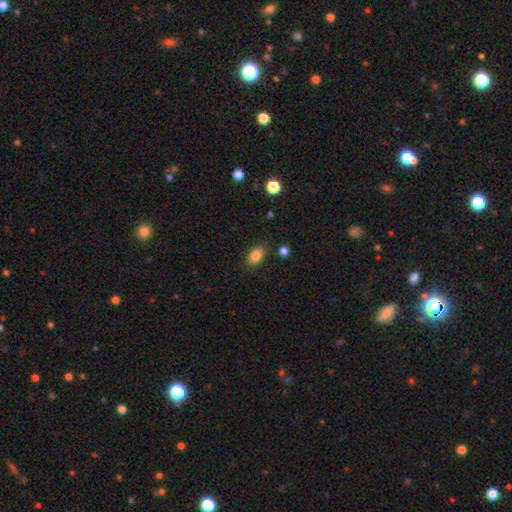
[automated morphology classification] The model was most divided on "merging": none: 83%, minor disturbance: 12%, major disturbance: 3%, merger: 2%. More confident: smooth or featured — smooth (85%); how rounded — in between (85%).